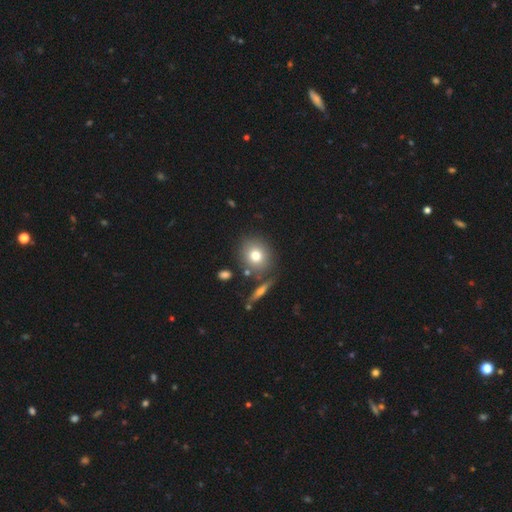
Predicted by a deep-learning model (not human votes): smooth 75%, featured or disk 14%, star or artifact 11%. Down the decision tree: how rounded — round (81%); merging — none (77%).